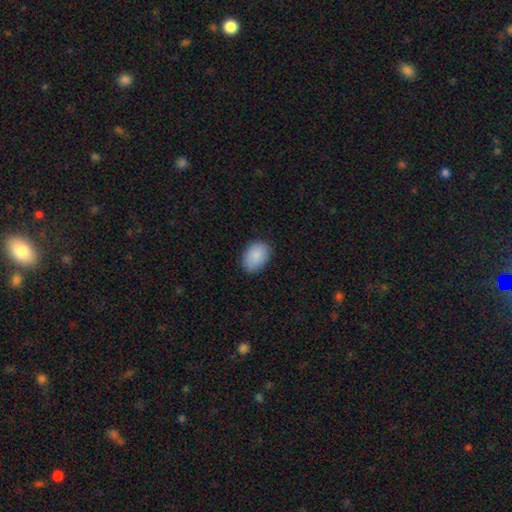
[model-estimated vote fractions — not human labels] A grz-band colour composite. It shows a smooth galaxy with no disk features (89%) that is in between round and cigar-shaped (81%). Merging: none (84%).